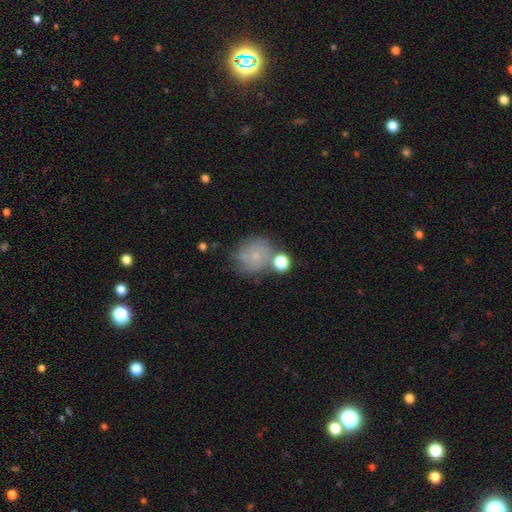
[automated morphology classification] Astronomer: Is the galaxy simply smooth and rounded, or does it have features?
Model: smooth — 56%.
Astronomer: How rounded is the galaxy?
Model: round — 78%.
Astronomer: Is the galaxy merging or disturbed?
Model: none — 59%.